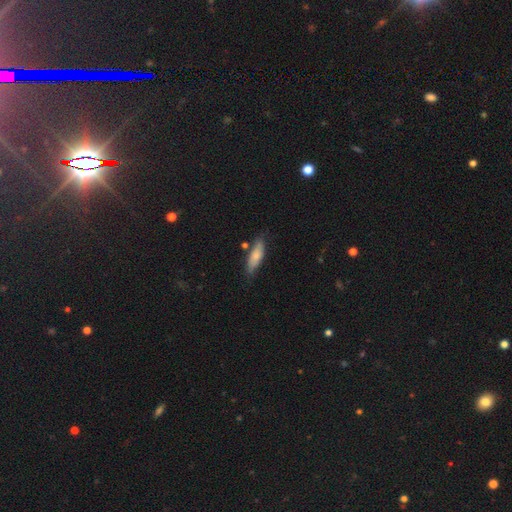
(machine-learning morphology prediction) Smooth or featured: smooth — 76% (featured or disk — 18%)
How rounded: cigar-shaped — 49% (tied with in between — 49%)
Merging: none — 72% (minor disturbance — 19%)